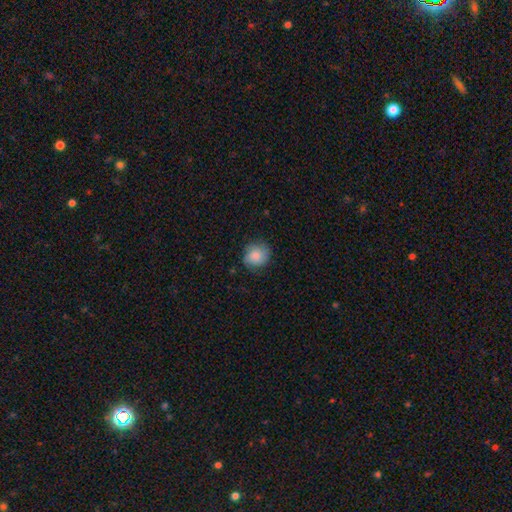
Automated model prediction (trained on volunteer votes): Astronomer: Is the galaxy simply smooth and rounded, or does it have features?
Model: smooth — 71%.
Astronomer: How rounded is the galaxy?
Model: round — 84%.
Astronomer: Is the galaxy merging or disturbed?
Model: none — 76%.